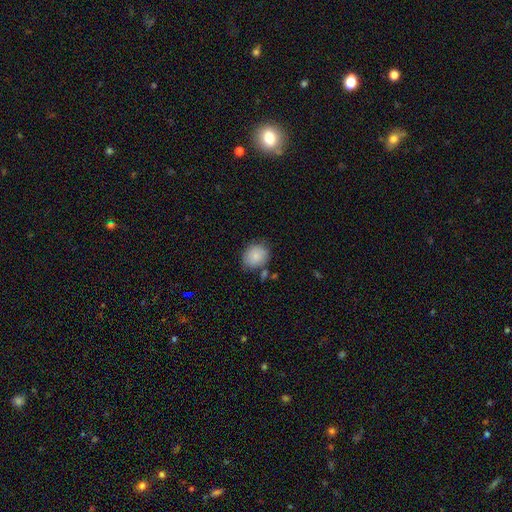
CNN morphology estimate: This is clearly a smooth galaxy (85%). How rounded: likely round (63%). Merging: likely none (72%).